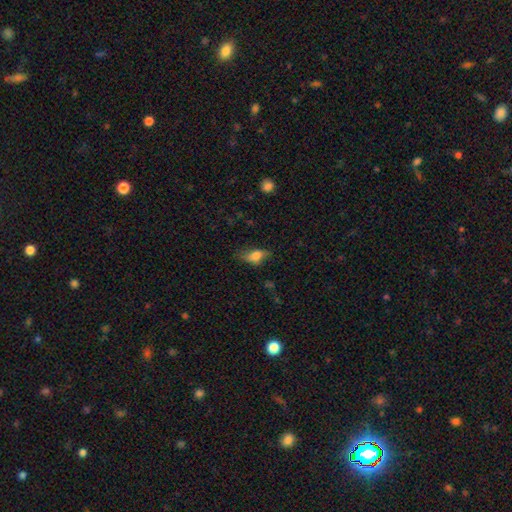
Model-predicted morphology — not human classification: Smooth or featured? smooth (69%)
How rounded? in between (79%)
Merging? none (60%)